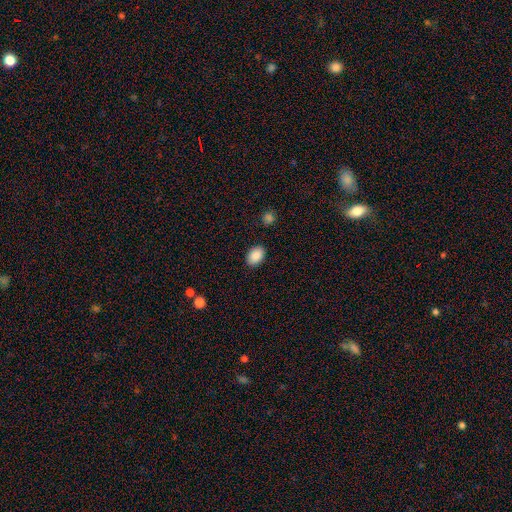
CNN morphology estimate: The model was most divided on "how rounded": in between: 86%, round: 13%, cigar-shaped: 1%. More confident: smooth or featured — smooth (89%); merging — none (88%).